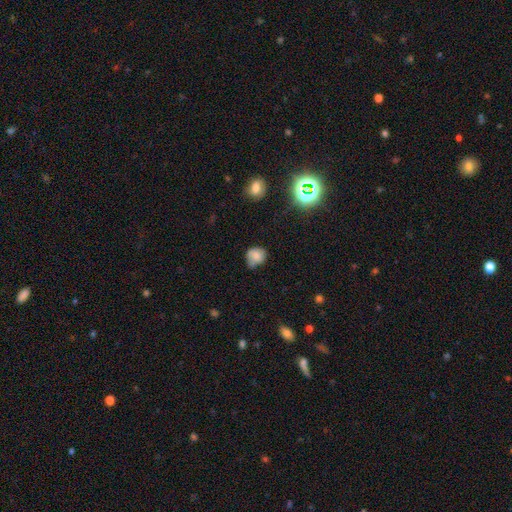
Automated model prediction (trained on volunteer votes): Overall: smooth (75%). How rounded: round (67%; in between 32%). Merging: none (49%; minor disturbance 37%).